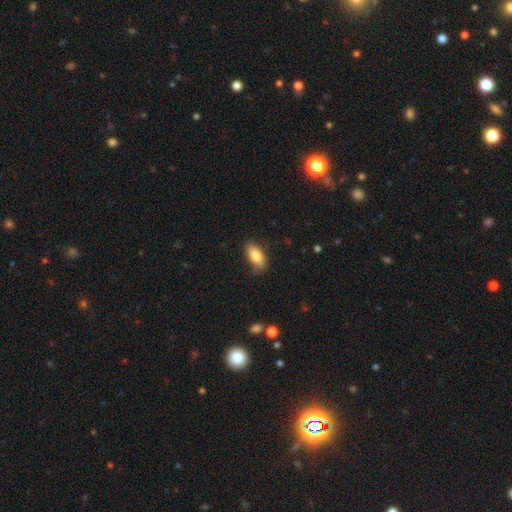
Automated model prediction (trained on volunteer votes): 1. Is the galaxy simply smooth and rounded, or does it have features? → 82% smooth, 11% featured or disk, 7% star or artifact.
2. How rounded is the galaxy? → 86% in between, 11% cigar-shaped, 3% round.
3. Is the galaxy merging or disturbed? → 76% none, 18% minor disturbance, 4% major disturbance, 2% merger.